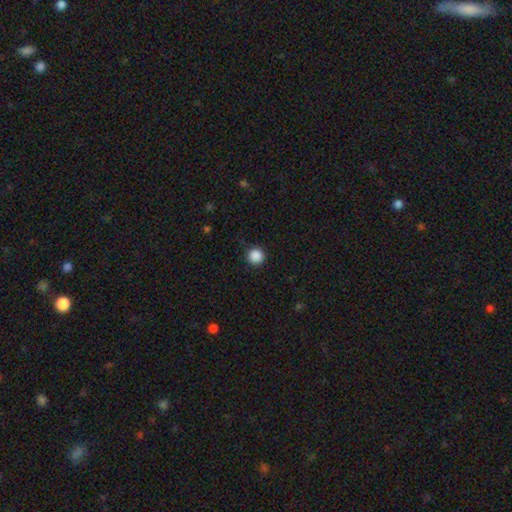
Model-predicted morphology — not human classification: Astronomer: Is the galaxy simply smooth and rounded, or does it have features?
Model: smooth — 88%.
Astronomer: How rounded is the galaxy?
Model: round — 95%.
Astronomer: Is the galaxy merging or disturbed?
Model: none — 90%.